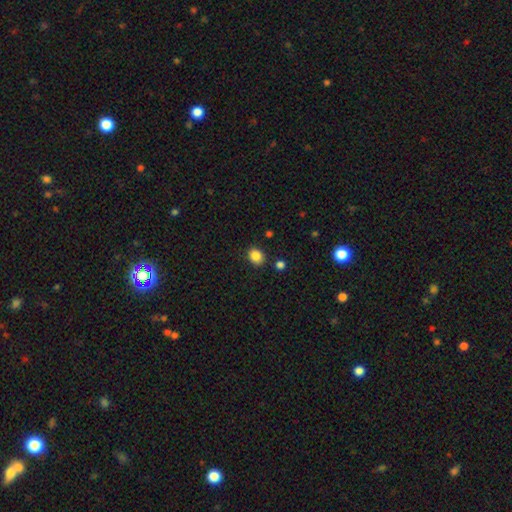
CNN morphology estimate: This is clearly a smooth galaxy (86%). How rounded: likely round (62%). Merging: clearly none (84%).